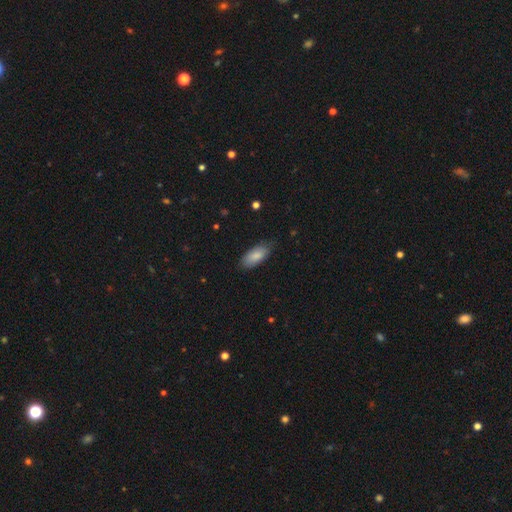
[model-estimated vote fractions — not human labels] smooth 85%, featured or disk 9%, star or artifact 6%. Down the decision tree: how rounded — in between (87%); merging — none (77%).